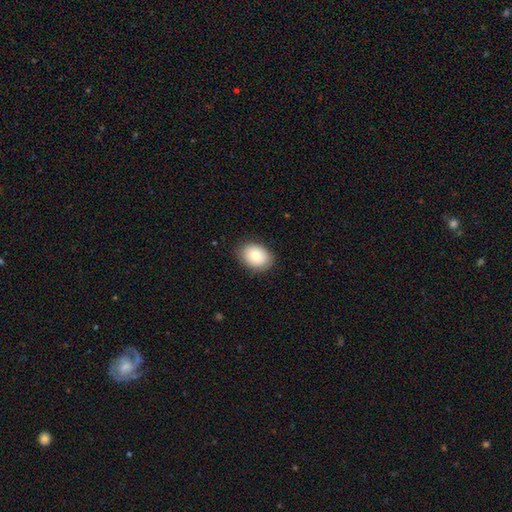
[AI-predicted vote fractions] A smooth galaxy with no disk features (80%) that is in between round and cigar-shaped (68%). Merging: none (86%).